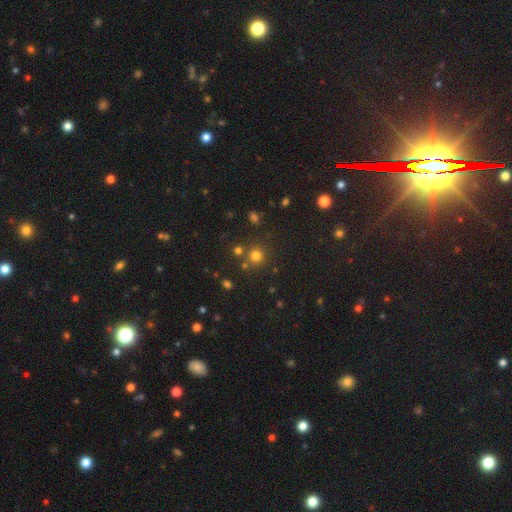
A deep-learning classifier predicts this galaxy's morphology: A smooth galaxy with no disk features (74%) that is round (92%). Merging: none (79%).